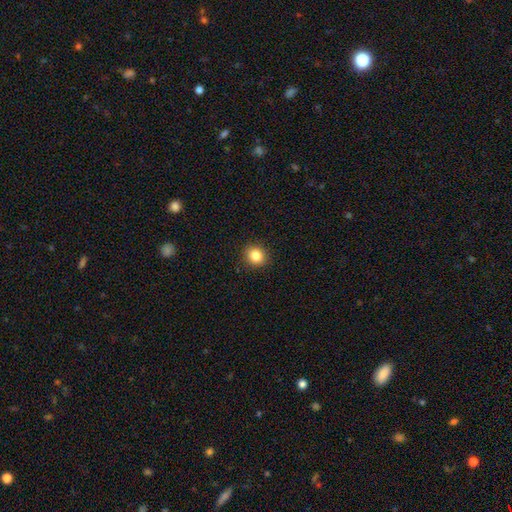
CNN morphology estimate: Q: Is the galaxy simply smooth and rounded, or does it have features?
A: smooth — 85%.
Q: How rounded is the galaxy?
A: round — 84%.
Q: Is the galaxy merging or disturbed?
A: none — 91%.